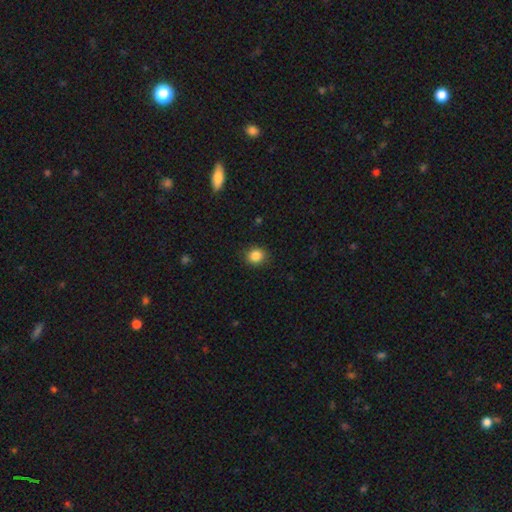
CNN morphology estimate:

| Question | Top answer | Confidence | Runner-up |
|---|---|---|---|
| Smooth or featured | smooth | 86% | star or artifact (11%) |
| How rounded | round | 81% | in between (18%) |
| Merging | none | 89% | minor disturbance (8%) |